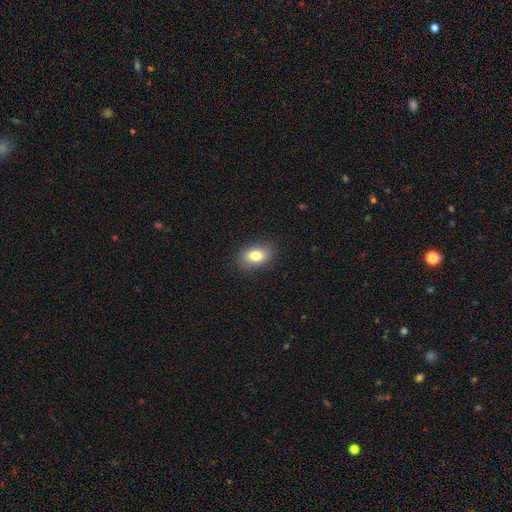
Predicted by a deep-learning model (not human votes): This appears to be a smooth galaxy with no disk features (81%) that is in between round and cigar-shaped (83%). Merging: none (86%).